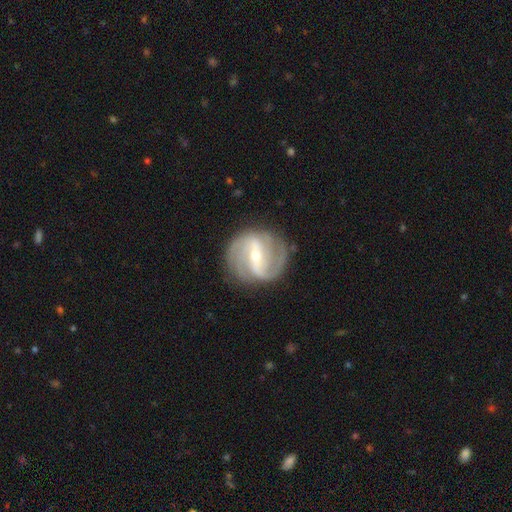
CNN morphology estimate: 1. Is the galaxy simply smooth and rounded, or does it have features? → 88% featured or disk, 7% smooth, 5% star or artifact.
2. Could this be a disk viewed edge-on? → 97% no, 3% yes.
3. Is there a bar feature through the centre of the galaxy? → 58% strong, 32% weak, 10% no.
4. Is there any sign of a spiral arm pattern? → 95% yes, 5% no.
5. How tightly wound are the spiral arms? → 48% medium, 30% tight, 22% loose.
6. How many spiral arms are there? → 70% 2, 13% 3, 9% can't tell, 3% 4, 3% 1, 2% more than 4.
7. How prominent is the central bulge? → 62% small, 35% moderate, 2% large, 1% none, 1% dominant.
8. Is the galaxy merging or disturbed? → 80% none, 13% minor disturbance, 6% major disturbance, 1% merger.